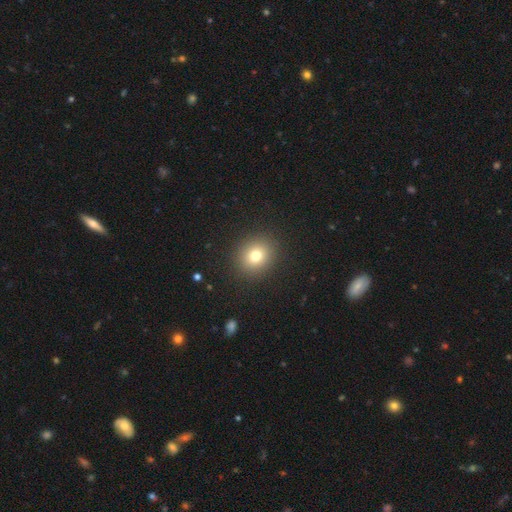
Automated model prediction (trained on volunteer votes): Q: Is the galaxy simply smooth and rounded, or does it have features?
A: smooth — 76%.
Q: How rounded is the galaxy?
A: round — 80%.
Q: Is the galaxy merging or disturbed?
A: none — 91%.